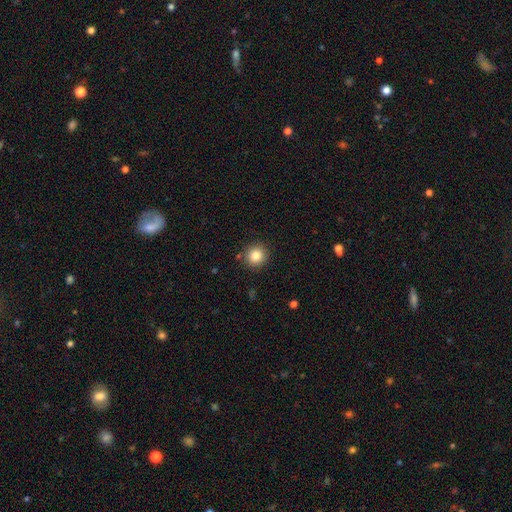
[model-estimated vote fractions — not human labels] Smooth or featured? Predicted: smooth (p=0.84). How rounded? Predicted: round (p=0.93). Merging? Predicted: none (p=0.89).